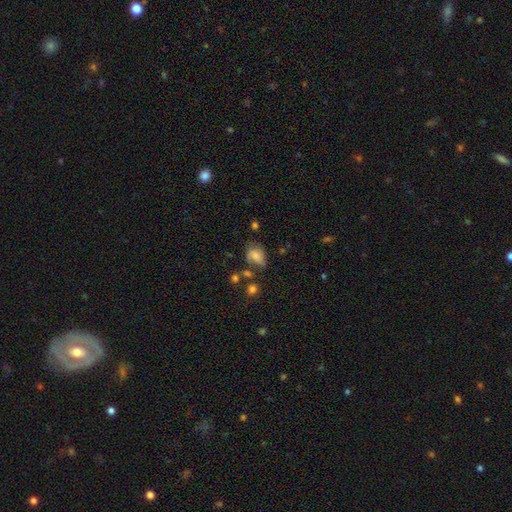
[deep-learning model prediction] Q: Smooth or featured?
A: smooth (62%); runner-up: featured or disk (26%)
Q: How rounded?
A: in between (68%); runner-up: round (30%)
Q: Merging?
A: none (47%); runner-up: minor disturbance (29%)